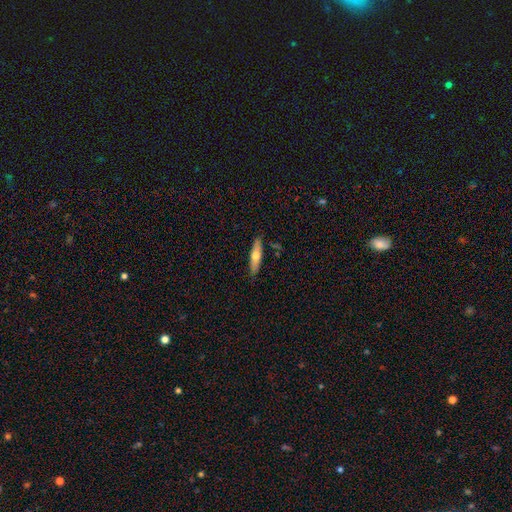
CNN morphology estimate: Smooth or featured? Predicted: smooth (p=0.56). How rounded? Predicted: cigar-shaped (p=0.70). Merging? Predicted: none (p=0.86).